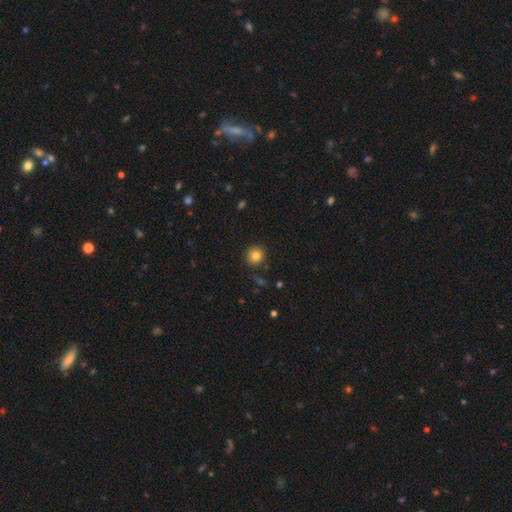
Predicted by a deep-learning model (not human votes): Overall: smooth (82%). How rounded: round (93%). Merging: none (89%).